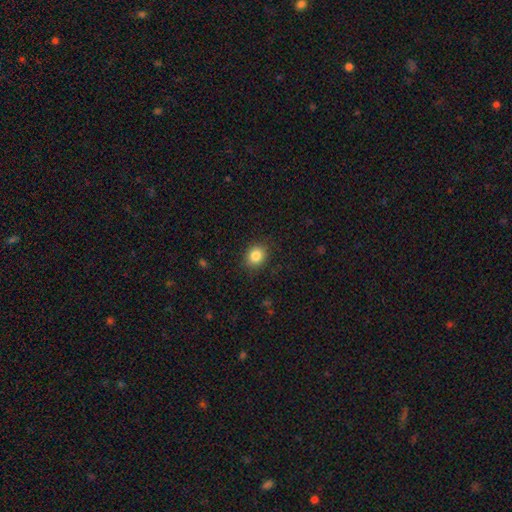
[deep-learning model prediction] Smooth or featured: smooth — 85% (star or artifact — 10%)
How rounded: round — 67% (in between — 32%)
Merging: none — 88% (minor disturbance — 9%)